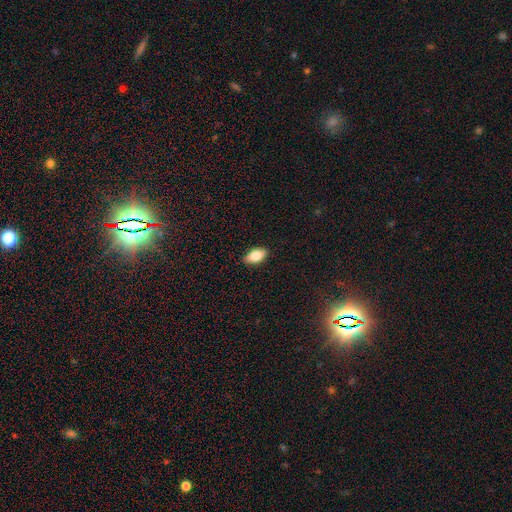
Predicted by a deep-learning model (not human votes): Smooth or featured: smooth — 80% (featured or disk — 13%)
How rounded: in between — 90% (cigar-shaped — 6%)
Merging: none — 89% (minor disturbance — 9%)